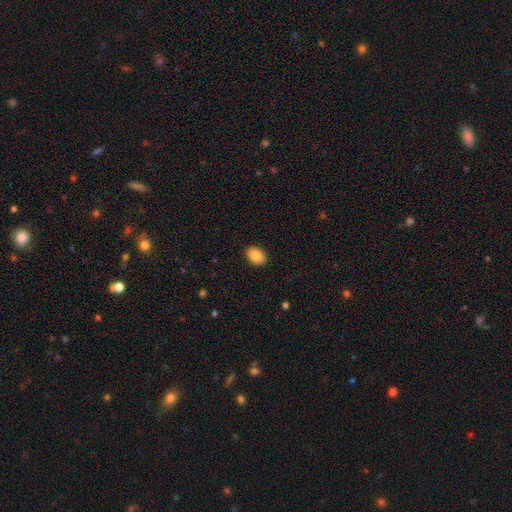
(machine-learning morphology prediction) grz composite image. It shows a smooth galaxy with no disk features (87%) that is in between round and cigar-shaped (81%). Merging: none (90%).